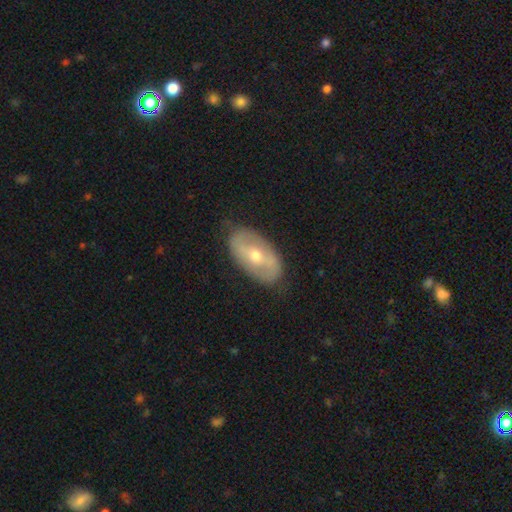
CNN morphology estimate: featured or disk 59%, smooth 34%, star or artifact 6%. Down the decision tree: edge-on disk — no (90%); bar — no (36%); spiral arms — no (59%); bulge size — moderate (59%); merging — none (79%).